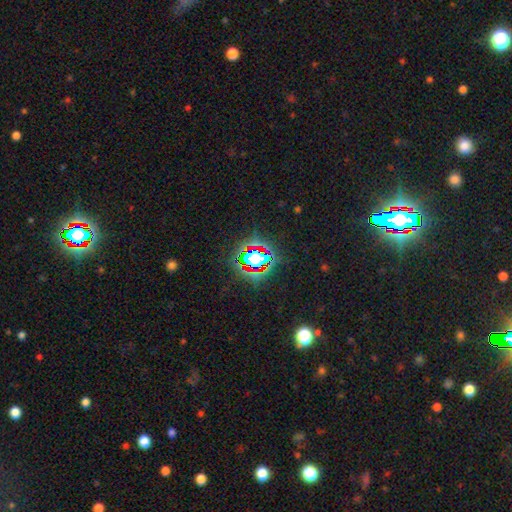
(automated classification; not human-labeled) star or artifact 69%, smooth 18%, featured or disk 13%.